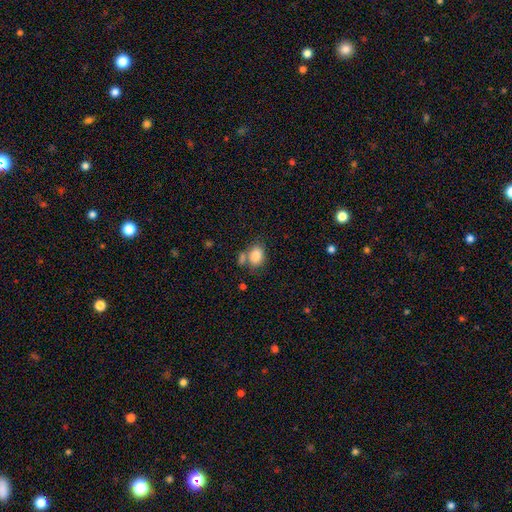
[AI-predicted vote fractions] Q: Smooth or featured?
A: smooth (85%); runner-up: star or artifact (8%)
Q: How rounded?
A: in between (69%); runner-up: round (30%)
Q: Merging?
A: none (51%); runner-up: merger (28%)